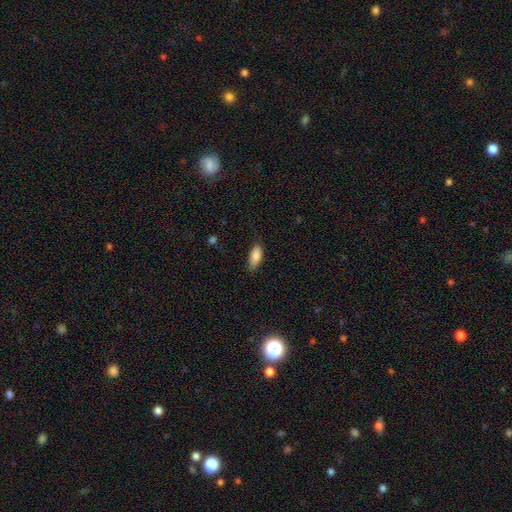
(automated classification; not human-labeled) Q: Smooth or featured?
A: smooth (86%); runner-up: featured or disk (7%)
Q: How rounded?
A: in between (82%); runner-up: cigar-shaped (16%)
Q: Merging?
A: none (75%); runner-up: minor disturbance (20%)